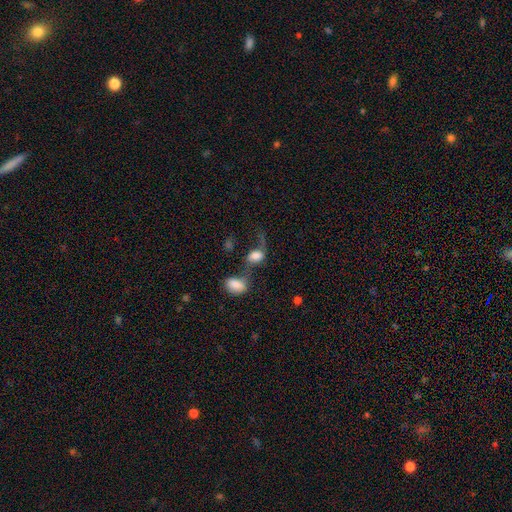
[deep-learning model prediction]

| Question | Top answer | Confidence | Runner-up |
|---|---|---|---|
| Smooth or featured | smooth | 62% | featured or disk (27%) |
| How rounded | in between | 76% | round (21%) |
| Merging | merger | 38% | major disturbance (27%) |